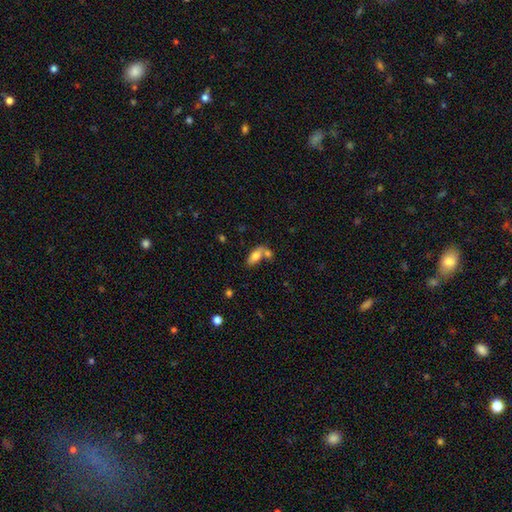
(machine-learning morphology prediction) Smooth or featured? smooth (76%)
How rounded? in between (84%)
Merging? none (45%)